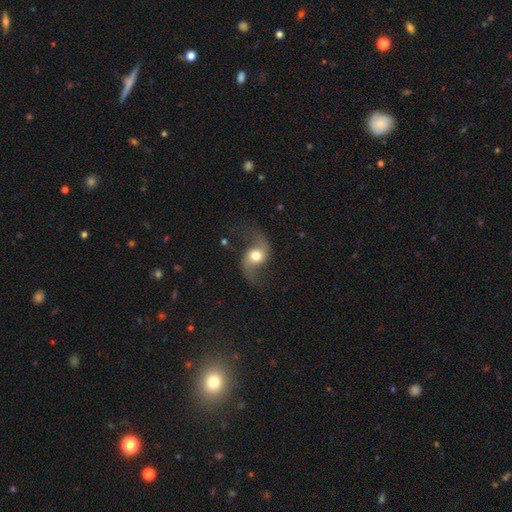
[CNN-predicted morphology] Overall: featured or disk (81%). Edge-on disk: no (96%). Bar: no (60%; weak 29%). Spiral arms: yes (95%). Spiral arm count: 2 (94%). Spiral winding: loose (84%). Bulge size: moderate (59%; large 28%). Merging: none (72%).